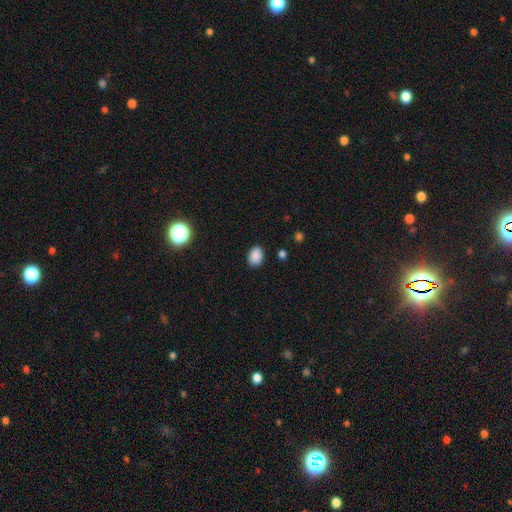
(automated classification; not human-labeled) smooth_or_featured: smooth (p=0.87) [alt: star or artifact p=0.10]
how_rounded: in between (p=0.71) [alt: round p=0.28]
merging: none (p=0.85) [alt: minor disturbance p=0.11]